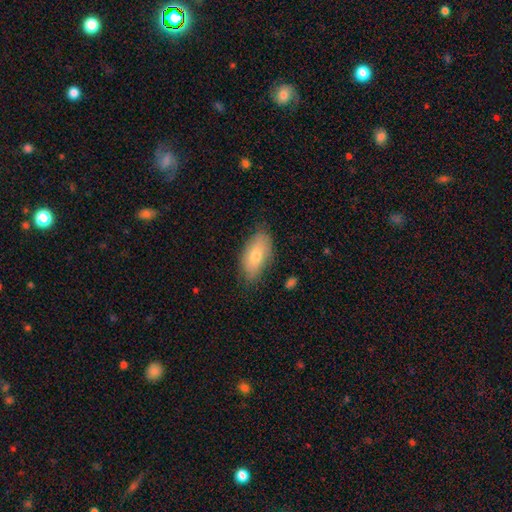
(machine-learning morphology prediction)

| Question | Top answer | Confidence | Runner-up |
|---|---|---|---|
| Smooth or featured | smooth | 74% | featured or disk (20%) |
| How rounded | in between | 90% | cigar-shaped (7%) |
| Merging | none | 77% | minor disturbance (19%) |